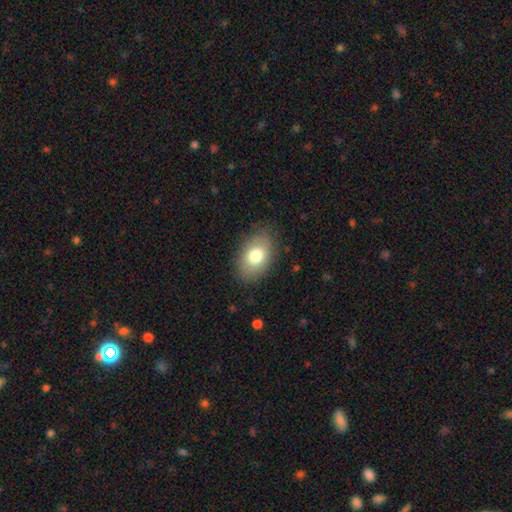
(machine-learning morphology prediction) A smooth galaxy with no disk features (76%) that is in between round and cigar-shaped (87%).

Vote fractions:
- Smooth or featured? smooth: 76% / featured or disk: 16% / star or artifact: 8%
- How rounded? in between: 87% / round: 12% / cigar-shaped: 1%
- Merging? none: 83% / minor disturbance: 13% / major disturbance: 3% / merger: 1%